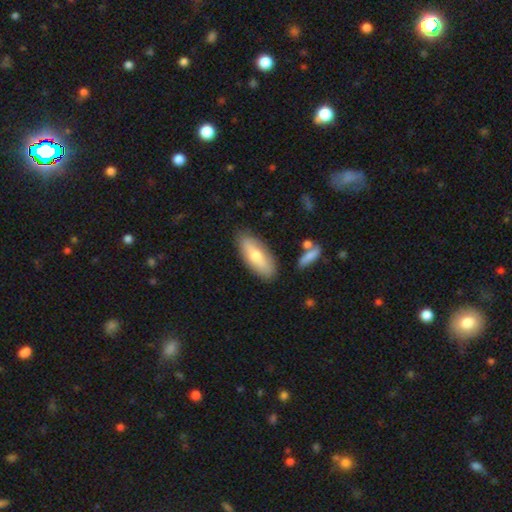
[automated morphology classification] A smooth galaxy with no disk features (64%) that is in between round and cigar-shaped (76%).

Vote fractions:
- Smooth or featured? smooth: 64% / featured or disk: 30% / star or artifact: 6%
- How rounded? in between: 76% / cigar-shaped: 21% / round: 2%
- Merging? none: 80% / minor disturbance: 14% / merger: 3% / major disturbance: 3%